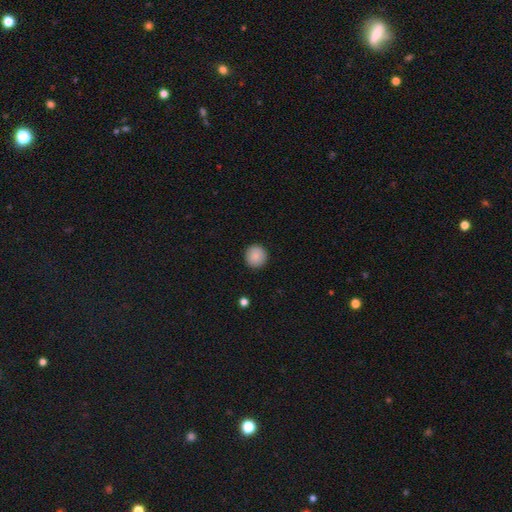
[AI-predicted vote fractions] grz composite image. It shows a smooth galaxy with no disk features (88%) that is round (95%). Merging: none (92%).